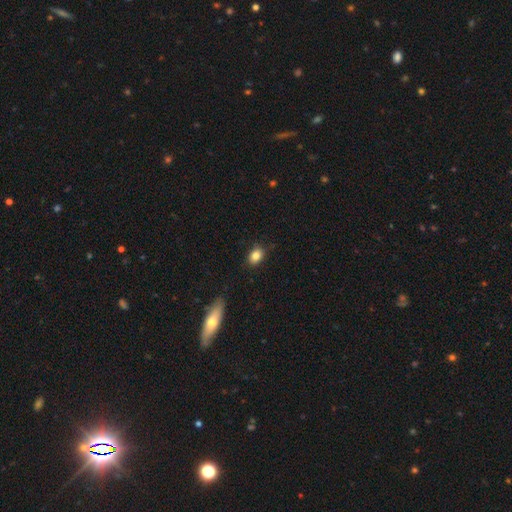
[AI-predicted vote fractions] This appears to be a smooth galaxy with no disk features (85%) that is in between round and cigar-shaped (68%). Merging: none (84%).